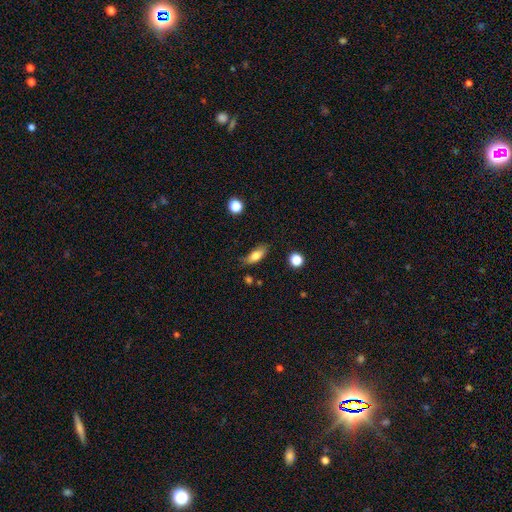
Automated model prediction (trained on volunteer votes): Q: Smooth or featured?
A: smooth (76%); runner-up: featured or disk (16%)
Q: How rounded?
A: in between (72%); runner-up: cigar-shaped (23%)
Q: Merging?
A: none (65%); runner-up: minor disturbance (25%)